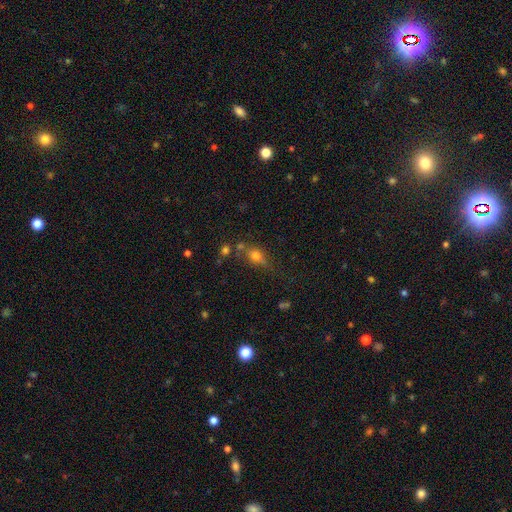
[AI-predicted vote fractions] Smooth or featured? smooth (68%)
How rounded? in between (52%)
Merging? none (53%)